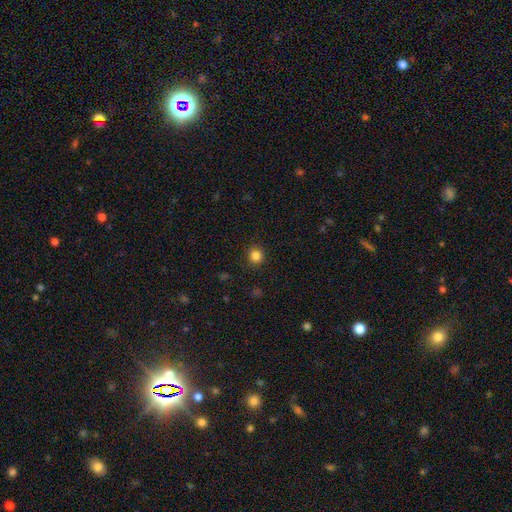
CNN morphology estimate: Q: Smooth or featured?
A: smooth (84%); runner-up: star or artifact (12%)
Q: How rounded?
A: round (92%); runner-up: in between (7%)
Q: Merging?
A: none (91%); runner-up: minor disturbance (6%)